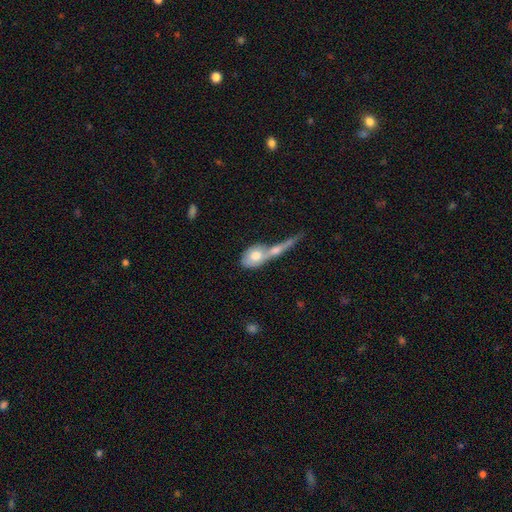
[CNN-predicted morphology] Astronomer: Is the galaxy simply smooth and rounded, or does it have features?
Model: smooth — 63%.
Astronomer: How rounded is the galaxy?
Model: in between — 66%.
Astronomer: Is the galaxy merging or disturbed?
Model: merger — 63%.